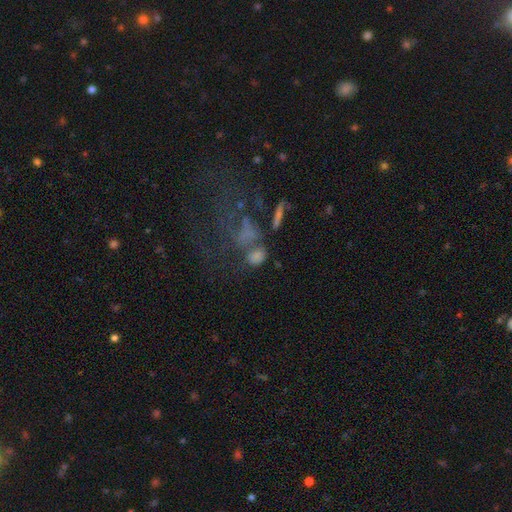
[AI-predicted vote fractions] A smooth galaxy with no disk features (49%).

Vote fractions:
- Smooth or featured? smooth: 49% / featured or disk: 27% / star or artifact: 24%
- Merging? none: 35% / merger: 28% / major disturbance: 22% / minor disturbance: 14%